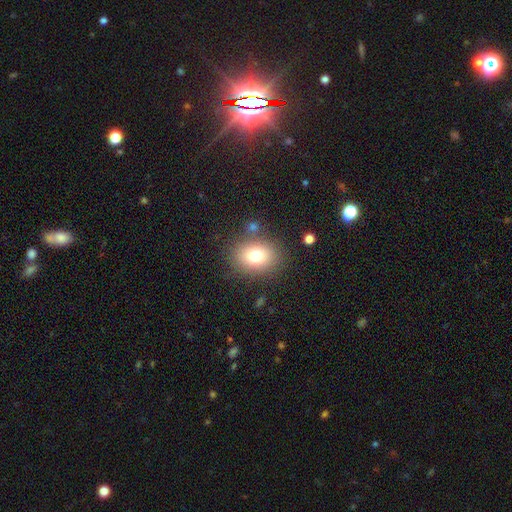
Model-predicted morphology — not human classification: Smooth or featured? smooth (76%)
How rounded? in between (64%)
Merging? none (79%)